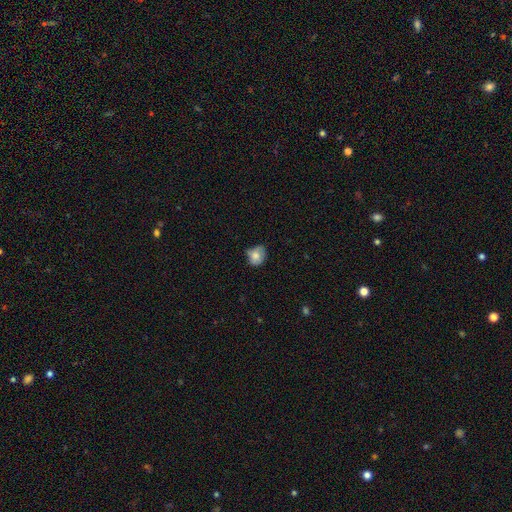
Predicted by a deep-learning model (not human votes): A smooth galaxy with no disk features (73%) that is round (57%). Merging: none (56%).